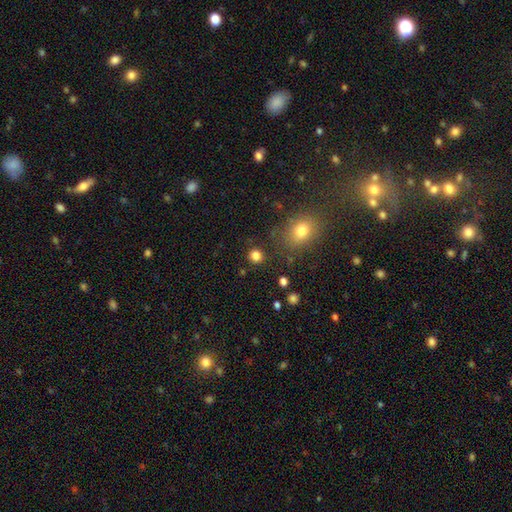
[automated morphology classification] A smooth galaxy with no disk features (82%) that is round (87%).

Vote fractions:
- Smooth or featured? smooth: 82% / star or artifact: 13% / featured or disk: 4%
- How rounded? round: 87% / in between: 12% / cigar-shaped: 1%
- Merging? none: 86% / minor disturbance: 8% / merger: 3% / major disturbance: 3%